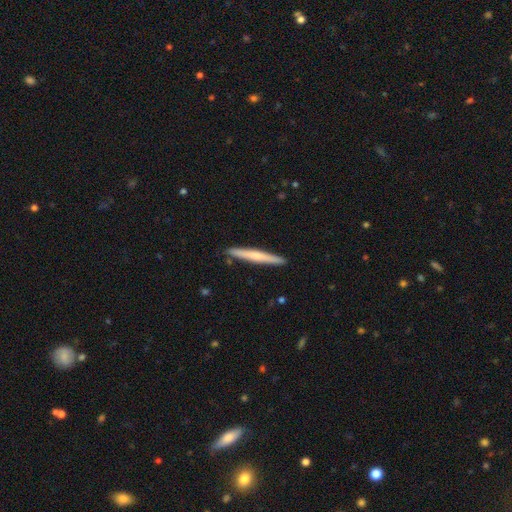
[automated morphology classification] Smooth or featured: smooth — 51% (featured or disk — 44%)
How rounded: cigar-shaped — 96% (in between — 2%)
Merging: none — 91% (minor disturbance — 6%)